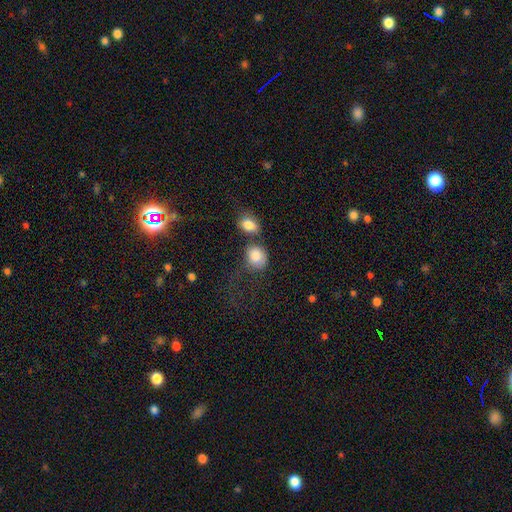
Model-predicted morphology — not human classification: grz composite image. It shows a smooth galaxy with no disk features (84%) that is round (64%). Merging: none (43%).